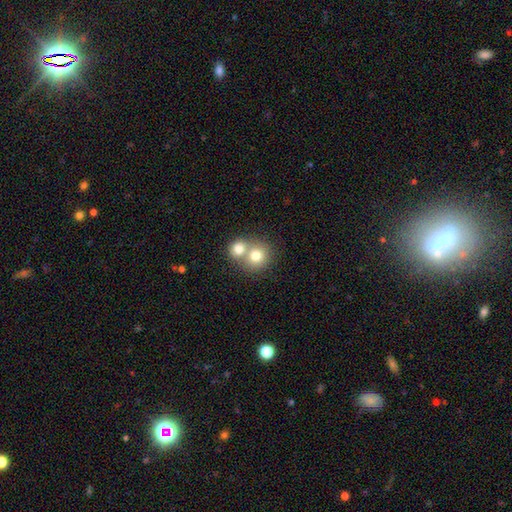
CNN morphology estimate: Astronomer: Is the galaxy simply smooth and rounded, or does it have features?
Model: smooth — 76%.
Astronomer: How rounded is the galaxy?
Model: round — 83%.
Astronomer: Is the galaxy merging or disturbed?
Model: merger — 57% (runner-up: none, 36%).